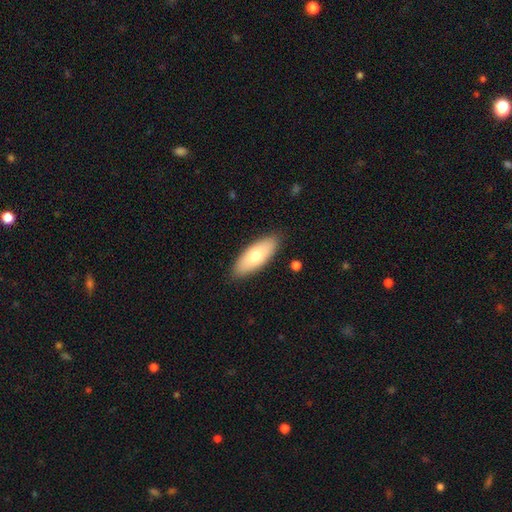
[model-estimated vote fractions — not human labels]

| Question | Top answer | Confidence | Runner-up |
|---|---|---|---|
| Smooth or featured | smooth | 70% | featured or disk (24%) |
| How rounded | in between | 77% | cigar-shaped (20%) |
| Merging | none | 87% | minor disturbance (9%) |